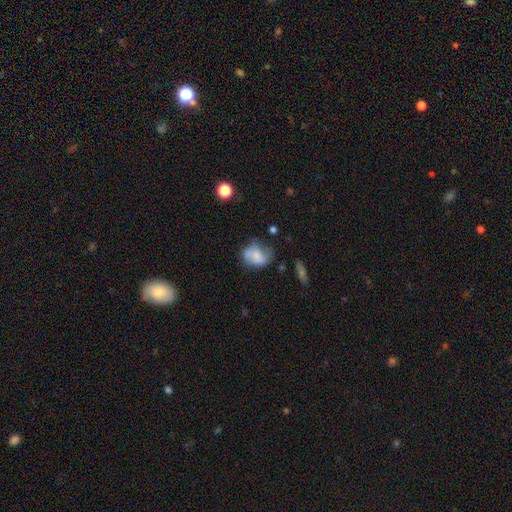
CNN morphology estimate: smooth-or-featured: smooth: 60% | featured or disk: 30% | star or artifact: 9%
  how-rounded: in between: 59% | round: 40% | cigar-shaped: 2%
  merging: none: 43% | minor disturbance: 29% | major disturbance: 17% | merger: 10%